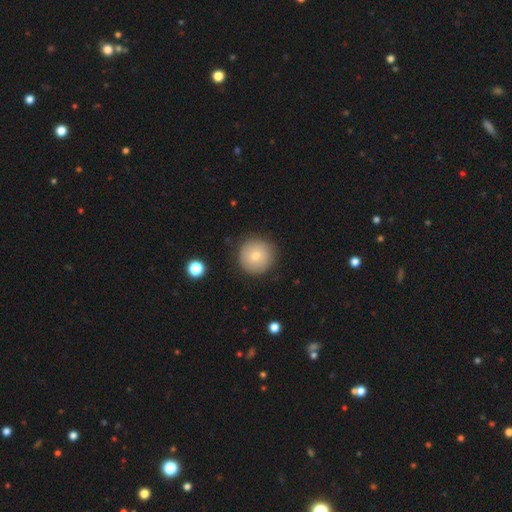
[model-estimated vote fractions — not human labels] Smooth or featured?
  - smooth: 78% *
  - featured or disk: 13%
  - star or artifact: 9%
How rounded?
  - round: 95% *
  - in between: 4%
  - cigar-shaped: 1%
Merging?
  - none: 87% *
  - minor disturbance: 9%
  - major disturbance: 2%
  - merger: 1%